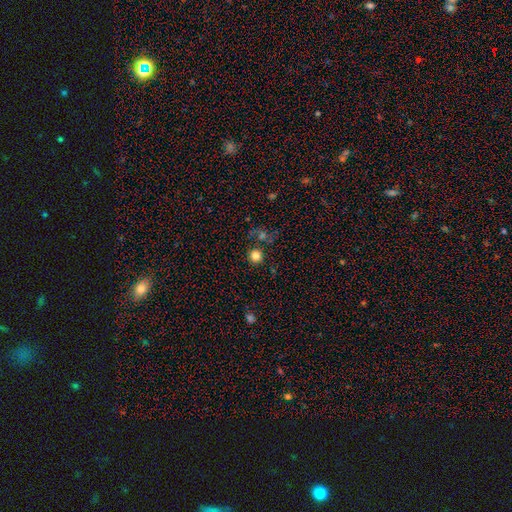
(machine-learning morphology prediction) Smooth or featured?
  - smooth: 82% *
  - star or artifact: 13%
  - featured or disk: 5%
How rounded?
  - round: 93% *
  - in between: 6%
  - cigar-shaped: 1%
Merging?
  - none: 85% *
  - minor disturbance: 7%
  - merger: 6%
  - major disturbance: 3%